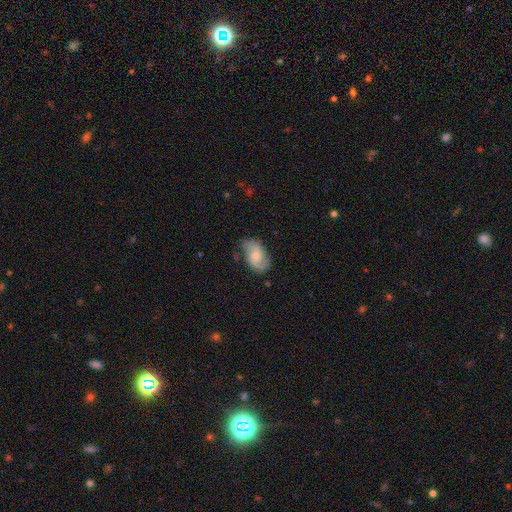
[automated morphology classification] A featured or disk galaxy (66%) with no bar (59%), 2 (87%) medium (43%) spiral arms (92%) and a small central bulge (44%).

Vote fractions:
- Smooth or featured? featured or disk: 66% / smooth: 28% / star or artifact: 6%
- Edge-on disk? no: 97% / yes: 3%
- Bar? no: 59% / weak: 35% / strong: 6%
- Spiral arms? yes: 92% / no: 8%
- Spiral winding? medium: 43% / loose: 41% / tight: 16%
- Spiral arm count? 2: 87% / can't tell: 6% / 1: 3% / 3: 1% / 4: 1% / more than 4: 1%
- Bulge size? small: 44% / moderate: 38% / none: 11% / large: 5% / dominant: 1%
- Merging? none: 67% / minor disturbance: 23% / major disturbance: 8% / merger: 2%